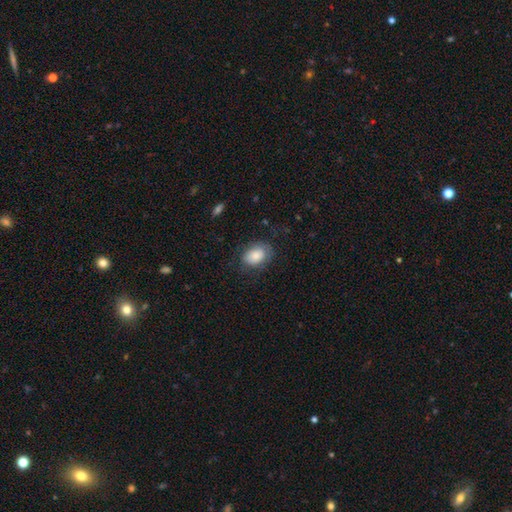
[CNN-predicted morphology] A smooth galaxy with no disk features (81%) that is in between round and cigar-shaped (80%).

Vote fractions:
- Smooth or featured? smooth: 81% / featured or disk: 12% / star or artifact: 7%
- How rounded? in between: 80% / round: 19% / cigar-shaped: 1%
- Merging? none: 69% / minor disturbance: 20% / major disturbance: 10% / merger: 1%